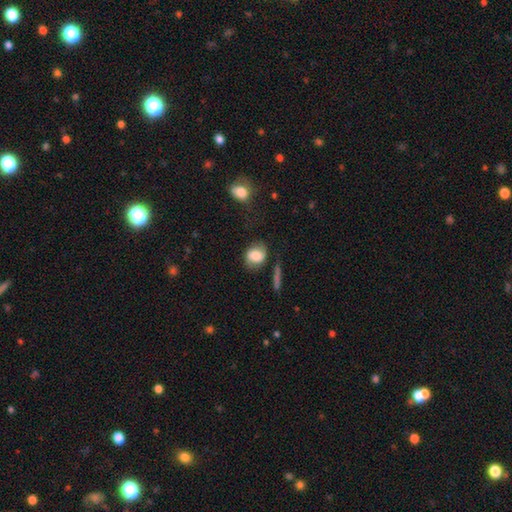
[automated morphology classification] smooth_or_featured: smooth (p=0.66) [alt: featured or disk p=0.25]
how_rounded: round (p=0.55) [alt: in between p=0.44]
merging: none (p=0.62) [alt: minor disturbance p=0.23]